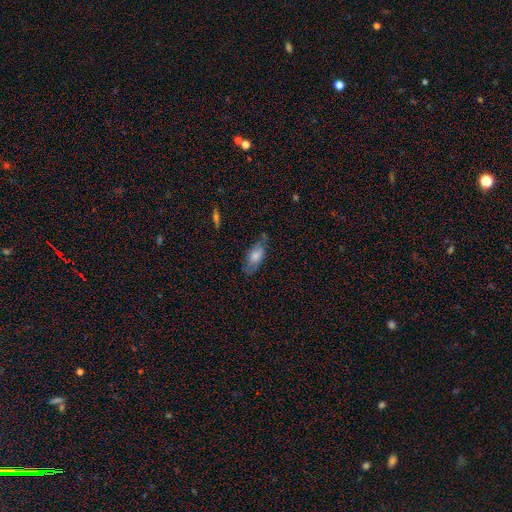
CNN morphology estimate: Smooth or featured?
  - smooth: 70% *
  - featured or disk: 23%
  - star or artifact: 7%
How rounded?
  - in between: 85% *
  - cigar-shaped: 12%
  - round: 3%
Merging?
  - none: 64% *
  - minor disturbance: 27%
  - major disturbance: 7%
  - merger: 3%